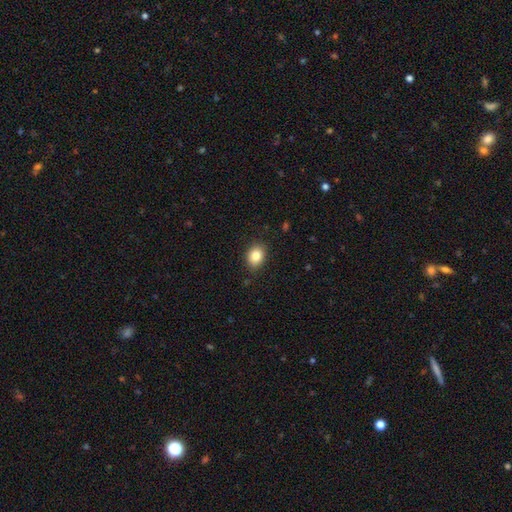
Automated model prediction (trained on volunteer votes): smooth_or_featured: smooth (p=0.84) [alt: star or artifact p=0.09]
how_rounded: in between (p=0.60) [alt: round p=0.39]
merging: none (p=0.86) [alt: minor disturbance p=0.11]